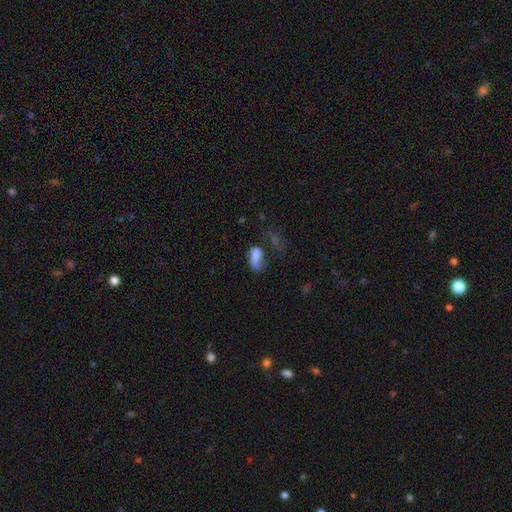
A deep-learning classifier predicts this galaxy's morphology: type=smooth (70%); roundness=in between (86%); merging=major disturbance (42%).